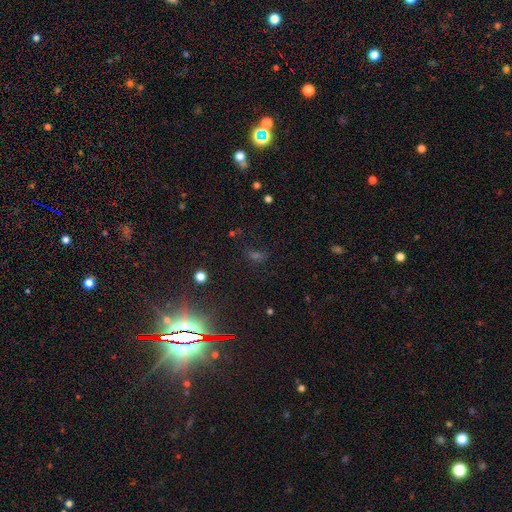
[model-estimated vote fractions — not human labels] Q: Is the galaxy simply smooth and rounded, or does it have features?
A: star or artifact — 63%.